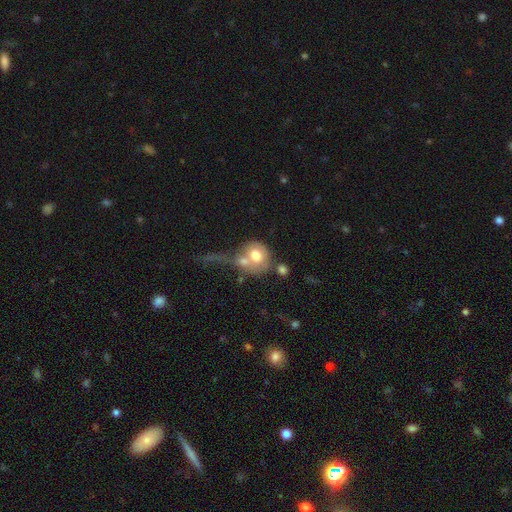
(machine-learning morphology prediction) This is likely a smooth galaxy (66%). How rounded: likely round (75%). Merging: possibly merger (50%).